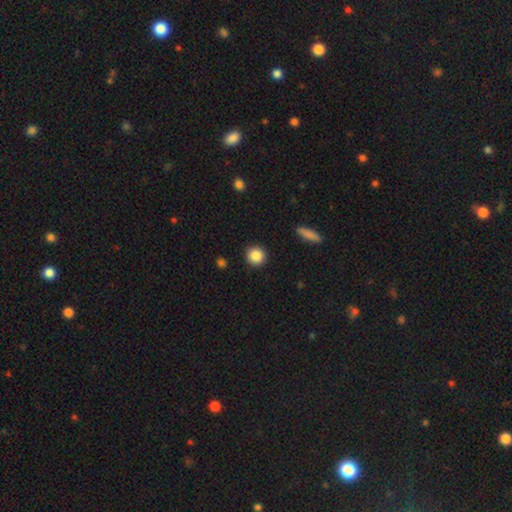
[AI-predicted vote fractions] The model was most divided on "smooth or featured": smooth: 86%, star or artifact: 9%, featured or disk: 5%. More confident: how rounded — round (93%); merging — none (92%).